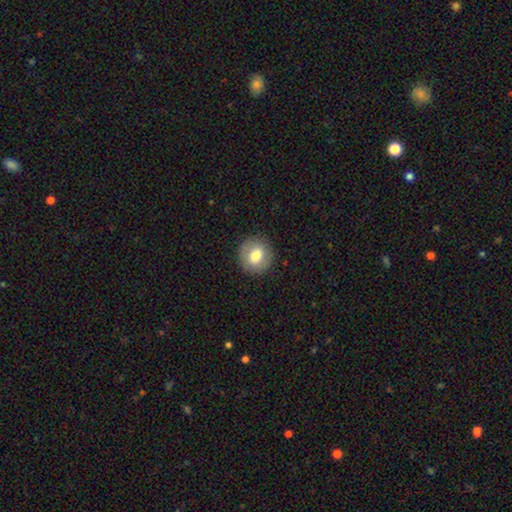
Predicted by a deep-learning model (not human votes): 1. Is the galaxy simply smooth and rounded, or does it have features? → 72% smooth, 20% featured or disk, 8% star or artifact.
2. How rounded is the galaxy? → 84% round, 15% in between, 1% cigar-shaped.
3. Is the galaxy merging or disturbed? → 88% none, 8% minor disturbance, 3% major disturbance, 1% merger.